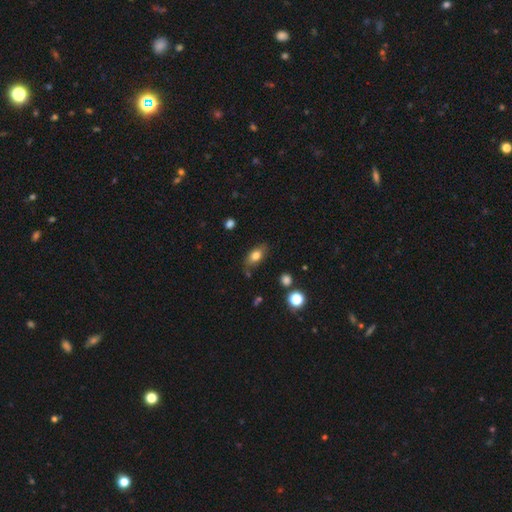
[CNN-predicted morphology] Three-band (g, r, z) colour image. It shows a smooth galaxy with no disk features (76%) that is in between round and cigar-shaped (83%). Merging: none (73%).